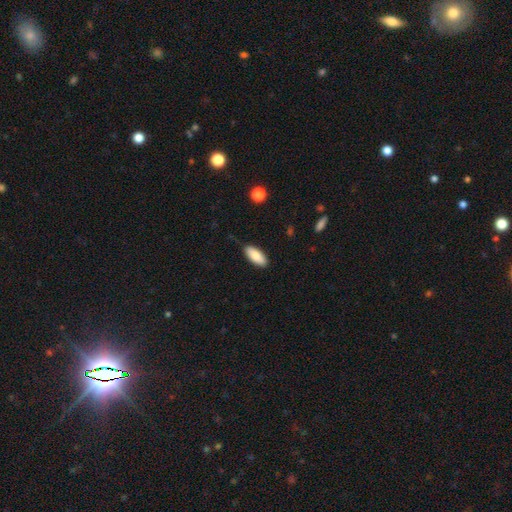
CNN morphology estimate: Overall: smooth (83%). How rounded: in between (85%). Merging: none (85%).